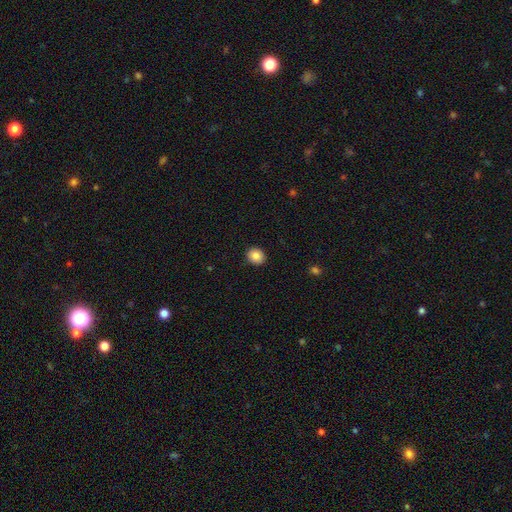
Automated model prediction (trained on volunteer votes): Smooth or featured? smooth (86%)
How rounded? round (80%)
Merging? none (91%)